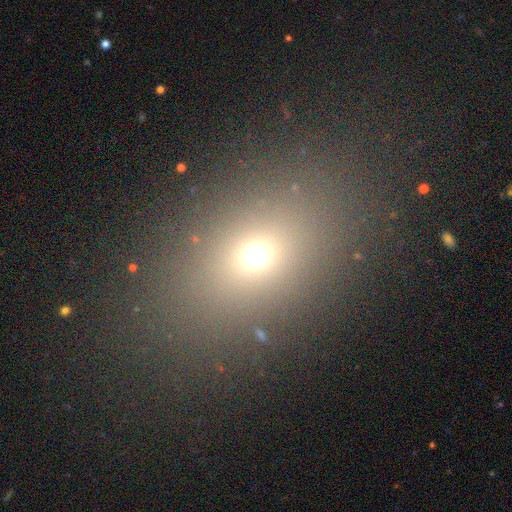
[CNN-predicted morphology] Smooth or featured? smooth (66%)
How rounded? in between (70%)
Merging? none (83%)